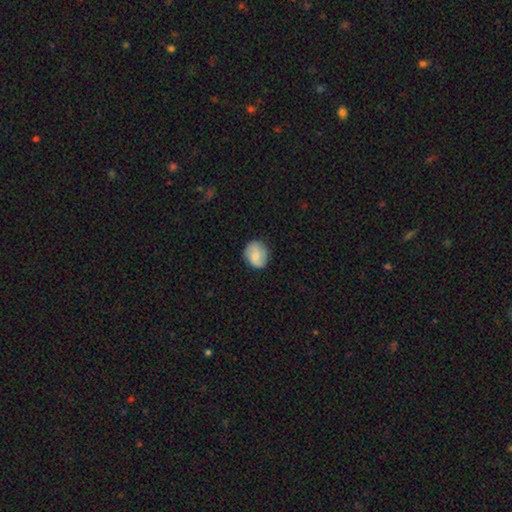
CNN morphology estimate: This appears to be a smooth galaxy with no disk features (64%) that is round (68%). Merging: none (79%).